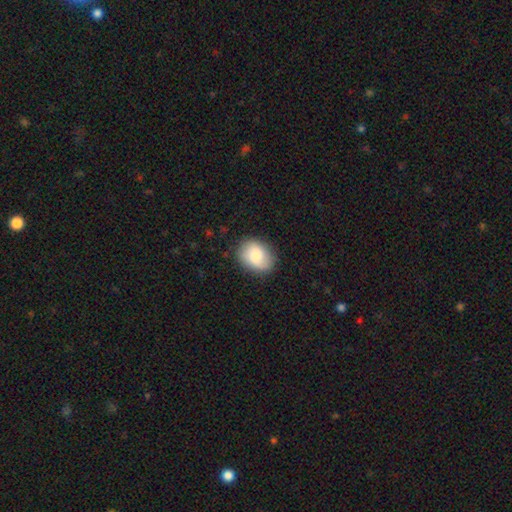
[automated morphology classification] The model was most divided on "how rounded": in between: 59%, round: 40%, cigar-shaped: 1%. More confident: merging — none (83%); smooth or featured — smooth (71%).